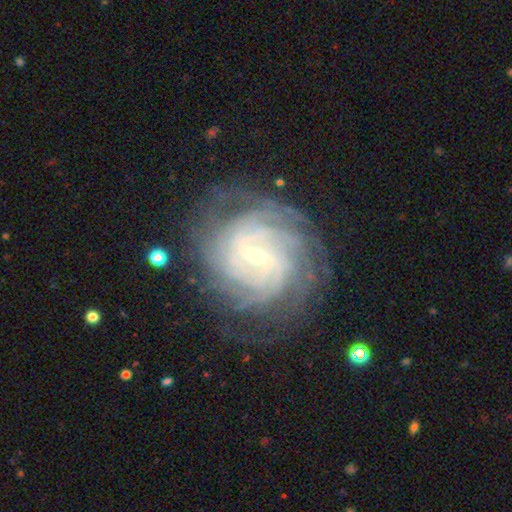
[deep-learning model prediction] Smooth or featured? featured or disk (90%)
Edge-on disk? no (97%)
Bar? weak (49%)
Spiral arms? yes (97%)
Spiral winding? tight (77%)
Spiral arm count? 4 (27%)
Bulge size? small (80%)
Merging? none (79%)